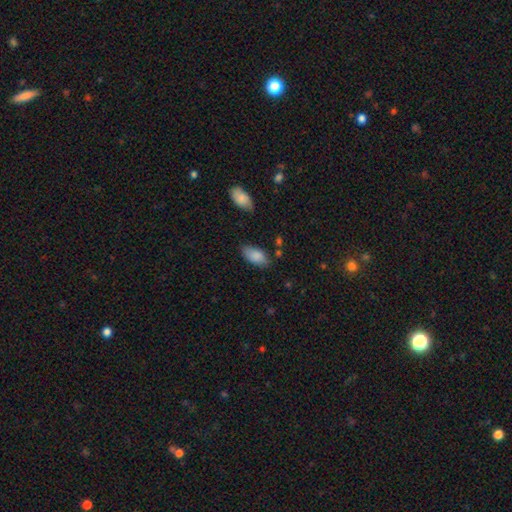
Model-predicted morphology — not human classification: Smooth or featured? smooth (86%)
How rounded? in between (93%)
Merging? none (73%)